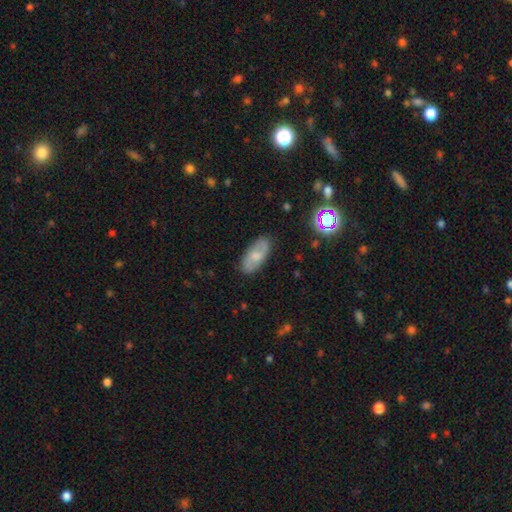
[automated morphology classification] Q: Smooth or featured?
A: smooth (54%); runner-up: featured or disk (37%)
Q: How rounded?
A: in between (88%); runner-up: cigar-shaped (9%)
Q: Merging?
A: none (84%); runner-up: minor disturbance (12%)